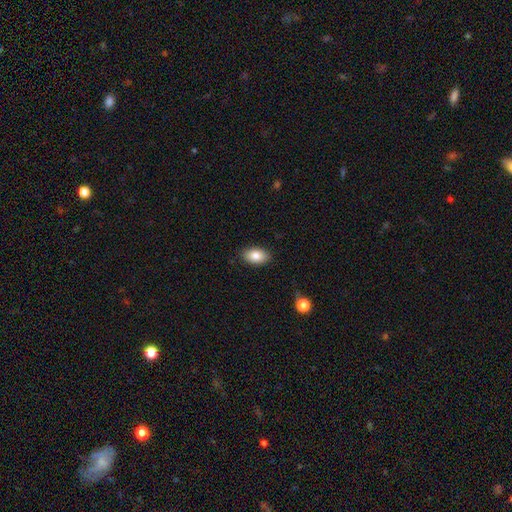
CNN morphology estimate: smooth_or_featured: smooth (p=0.85) [alt: star or artifact p=0.08]
how_rounded: in between (p=0.91) [alt: round p=0.08]
merging: none (p=0.87) [alt: minor disturbance p=0.10]